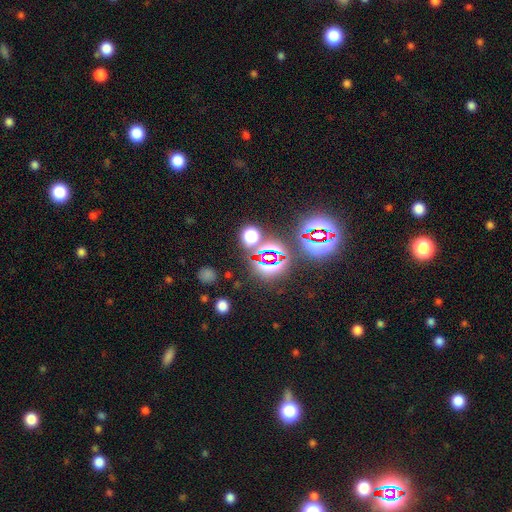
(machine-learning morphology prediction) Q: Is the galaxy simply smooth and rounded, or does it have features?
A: star or artifact — 80%.